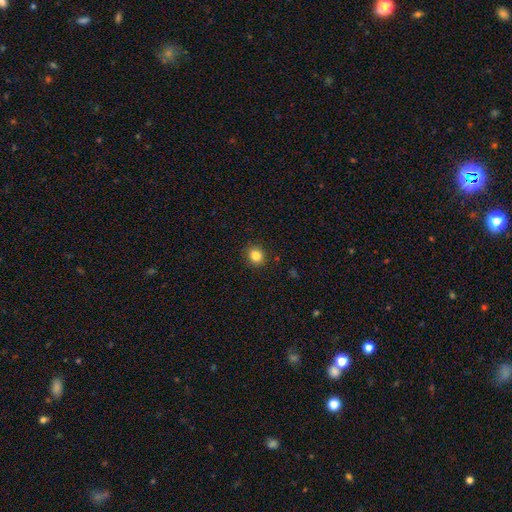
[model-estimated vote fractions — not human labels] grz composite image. It shows a smooth galaxy with no disk features (84%) that is round (75%). Merging: none (90%).